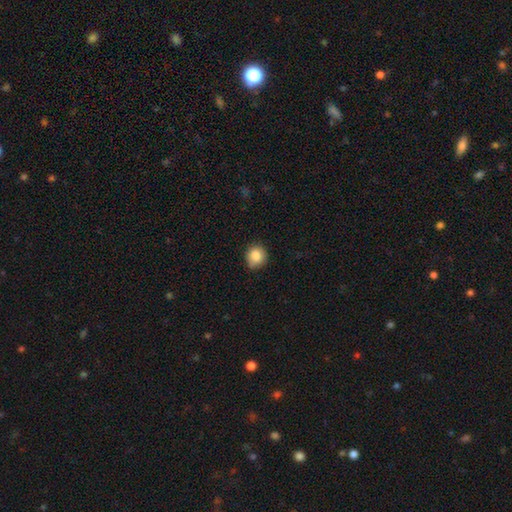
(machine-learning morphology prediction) Smooth or featured? Predicted: smooth (p=0.85). How rounded? Predicted: round (p=0.84). Merging? Predicted: none (p=0.80).